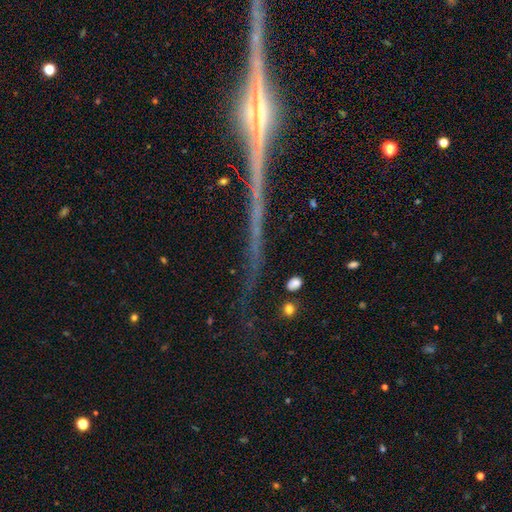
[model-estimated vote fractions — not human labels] smooth_or_featured: featured or disk (p=0.68) [alt: star or artifact p=0.24]
disk_edge_on: yes (p=0.93) [alt: no p=0.07]
edge_on_bulge: rounded (p=0.54) [alt: none p=0.24]
merging: none (p=0.78) [alt: minor disturbance p=0.12]